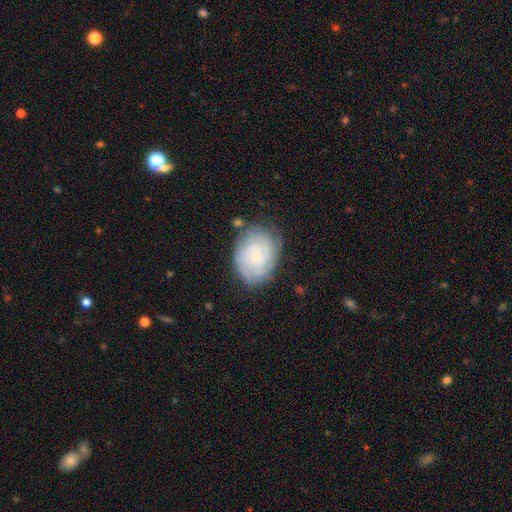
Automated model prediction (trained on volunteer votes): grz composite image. It shows a featured or disk galaxy (69%) with no bar (71%), tight (73%) spiral arms (92%) and a small central bulge (74%). Merging: none (74%).